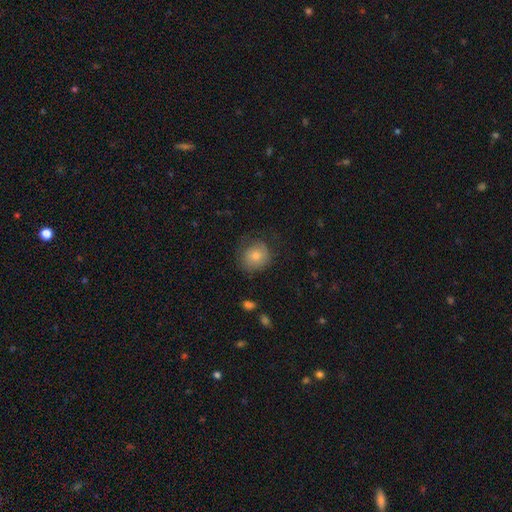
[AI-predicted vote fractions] A smooth galaxy with no disk features (72%) that is round (83%). Merging: none (72%).